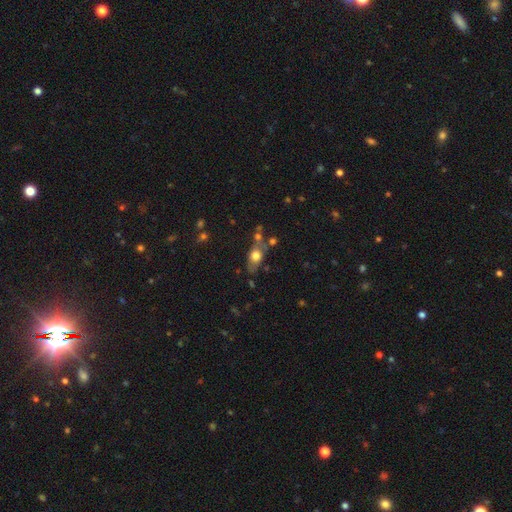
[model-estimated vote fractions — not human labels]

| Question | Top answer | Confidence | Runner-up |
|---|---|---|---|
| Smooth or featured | smooth | 63% | featured or disk (27%) |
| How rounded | in between | 64% | round (26%) |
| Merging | none | 54% | minor disturbance (21%) |